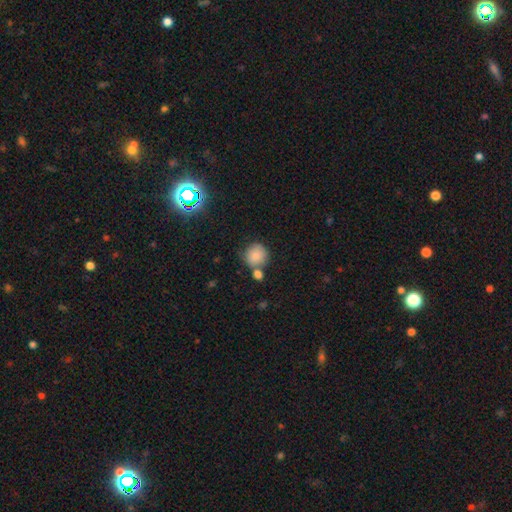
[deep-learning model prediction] Smooth or featured? smooth (83%)
How rounded? round (88%)
Merging? none (55%)